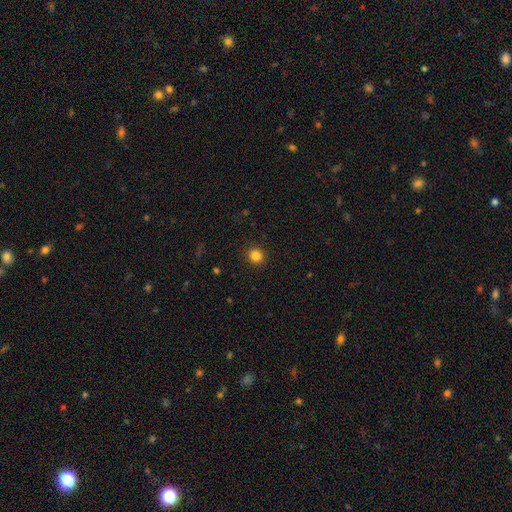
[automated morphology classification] Smooth or featured?
  - smooth: 84% *
  - star or artifact: 12%
  - featured or disk: 4%
How rounded?
  - round: 89% *
  - in between: 10%
  - cigar-shaped: 1%
Merging?
  - none: 92% *
  - minor disturbance: 5%
  - major disturbance: 2%
  - merger: 1%